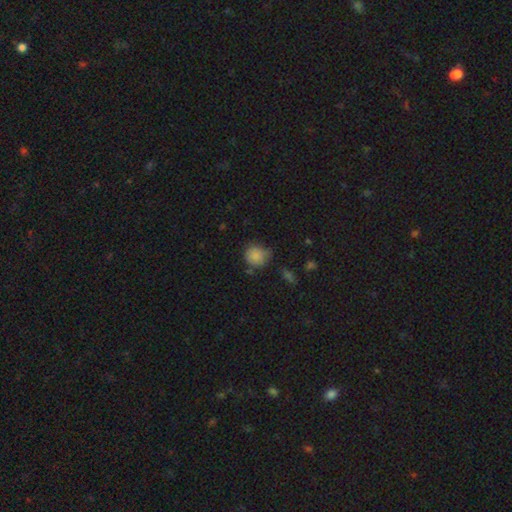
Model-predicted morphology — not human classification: smooth-or-featured: smooth: 83% | star or artifact: 10% | featured or disk: 7%
  how-rounded: round: 83% | in between: 16% | cigar-shaped: 1%
  merging: none: 58% | minor disturbance: 30% | major disturbance: 7% | merger: 5%